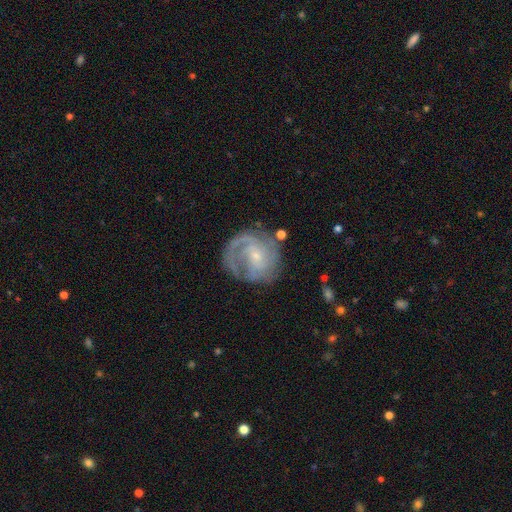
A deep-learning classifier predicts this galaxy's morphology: Q: Smooth or featured?
A: featured or disk (80%); runner-up: smooth (14%)
Q: Edge-on disk?
A: no (98%); runner-up: yes (2%)
Q: Bar?
A: no (60%); runner-up: weak (33%)
Q: Spiral arms?
A: yes (91%); runner-up: no (9%)
Q: Spiral winding?
A: tight (47%); runner-up: medium (38%)
Q: Spiral arm count?
A: 2 (31%); runner-up: can't tell (28%)
Q: Bulge size?
A: small (77%); runner-up: moderate (17%)
Q: Merging?
A: none (62%); runner-up: minor disturbance (20%)